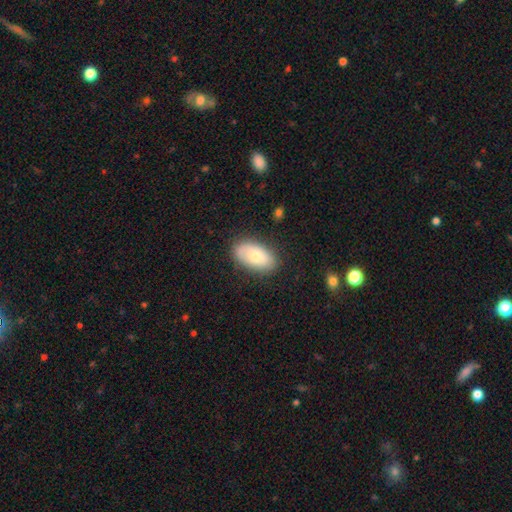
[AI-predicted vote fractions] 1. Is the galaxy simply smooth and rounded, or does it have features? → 74% smooth, 20% featured or disk, 6% star or artifact.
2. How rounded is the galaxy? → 94% in between, 4% round, 2% cigar-shaped.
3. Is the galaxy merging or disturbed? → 81% none, 14% minor disturbance, 4% major disturbance, 1% merger.